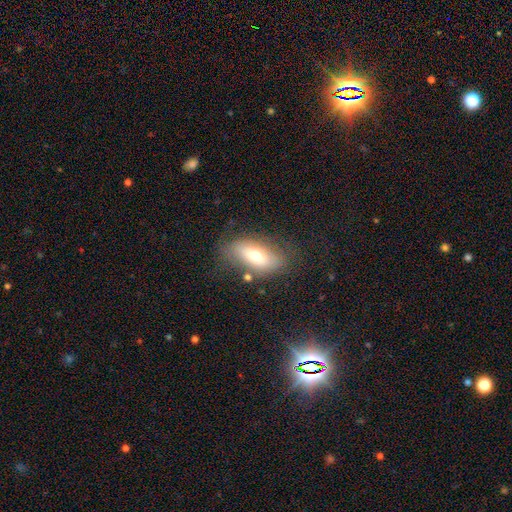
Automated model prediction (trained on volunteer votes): Smooth or featured? smooth (65%)
How rounded? in between (84%)
Merging? none (72%)